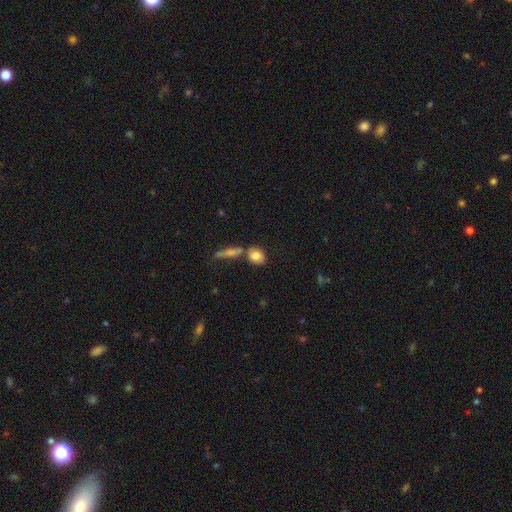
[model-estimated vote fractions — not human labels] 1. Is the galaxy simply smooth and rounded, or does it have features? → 82% smooth, 10% featured or disk, 8% star or artifact.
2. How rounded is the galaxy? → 52% in between, 44% round, 4% cigar-shaped.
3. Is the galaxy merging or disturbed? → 60% none, 23% merger, 13% minor disturbance, 4% major disturbance.